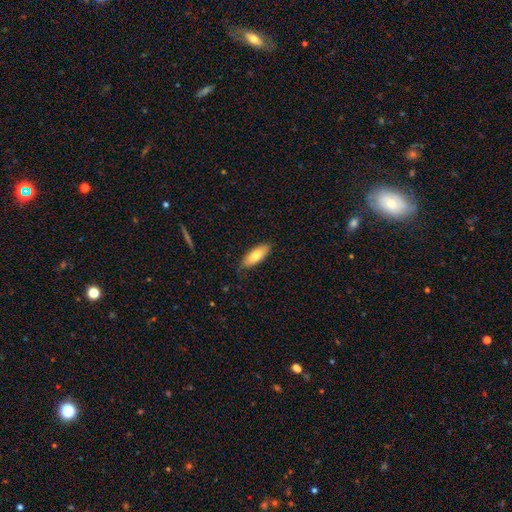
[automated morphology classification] Q: Smooth or featured?
A: smooth (78%); runner-up: featured or disk (16%)
Q: How rounded?
A: in between (68%); runner-up: cigar-shaped (30%)
Q: Merging?
A: none (83%); runner-up: minor disturbance (14%)